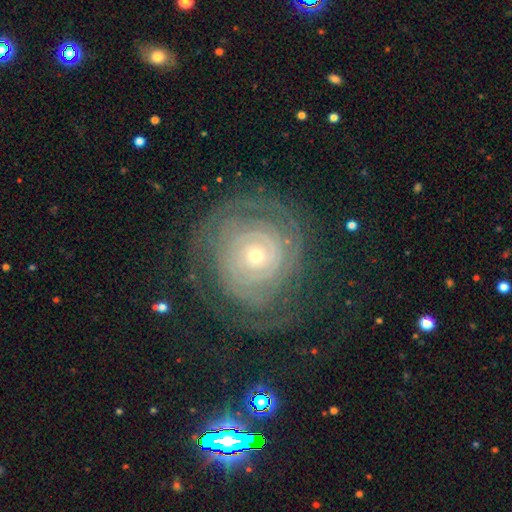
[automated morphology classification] featured or disk 80%, smooth 12%, star or artifact 8%. Down the decision tree: edge-on disk — no (97%); bar — no (82%); spiral arms — yes (86%); spiral arm count — can't tell (44%); spiral winding — tight (82%); bulge size — small (69%); merging — none (72%).